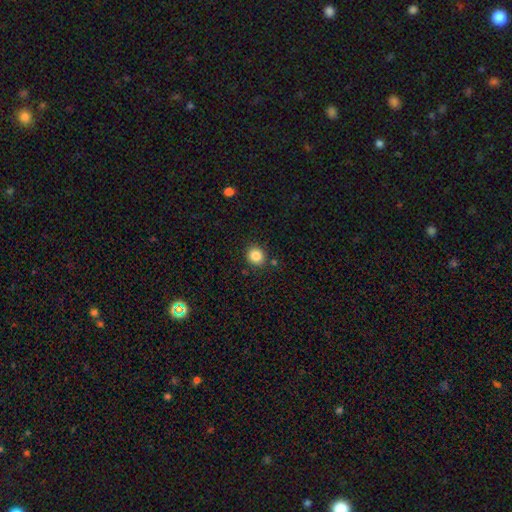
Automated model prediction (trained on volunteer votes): smooth 85%, star or artifact 10%, featured or disk 5%. Down the decision tree: how rounded — round (82%); merging — none (86%).